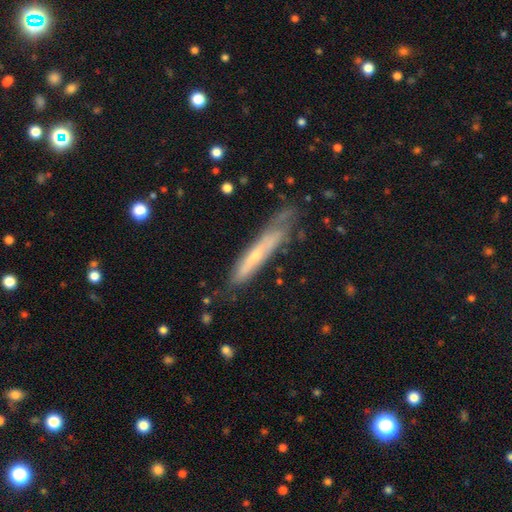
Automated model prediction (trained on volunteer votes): smooth-or-featured: featured or disk: 57% | smooth: 36% | star or artifact: 7%
  disk-edge-on: yes: 71% | no: 29%
  merging: none: 62% | minor disturbance: 26% | major disturbance: 9% | merger: 3%